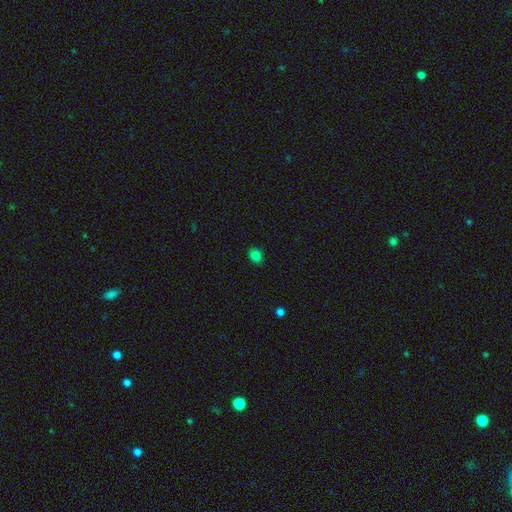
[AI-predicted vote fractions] A smooth galaxy with no disk features (83%) that is round (60%). Merging: none (89%).